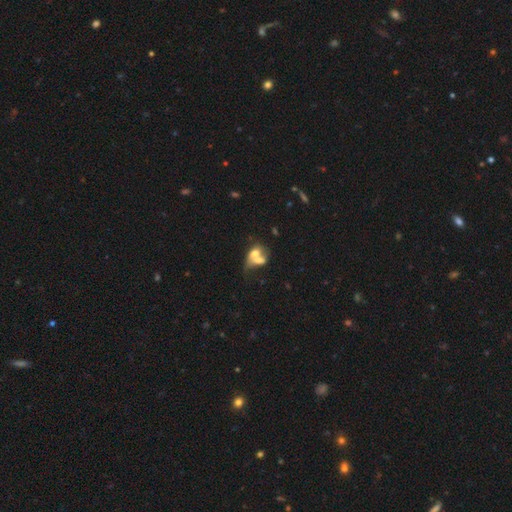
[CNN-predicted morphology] This is possibly a smooth galaxy (56%). How rounded: likely in between (67%). Merging: likely merger (71%).